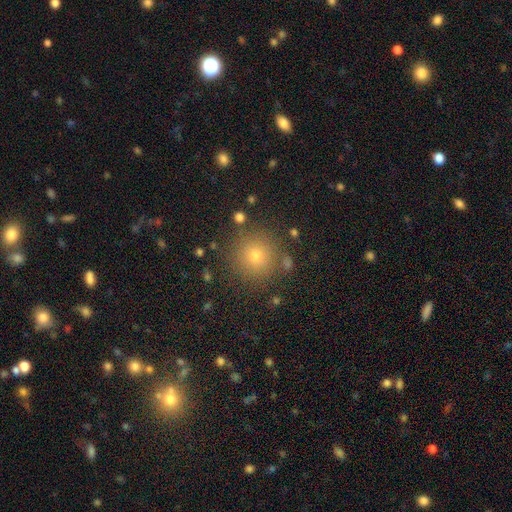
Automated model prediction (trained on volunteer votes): This is likely a smooth galaxy (72%). How rounded: clearly round (95%). Merging: clearly none (87%).